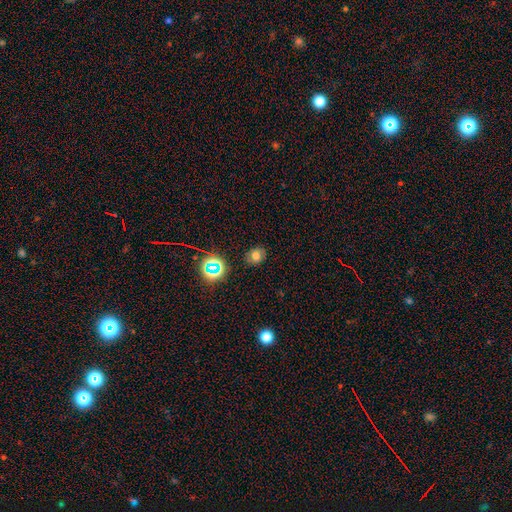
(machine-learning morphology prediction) Smooth or featured? Predicted: smooth (p=0.70). How rounded? Predicted: round (p=0.62). Merging? Predicted: none (p=0.85).